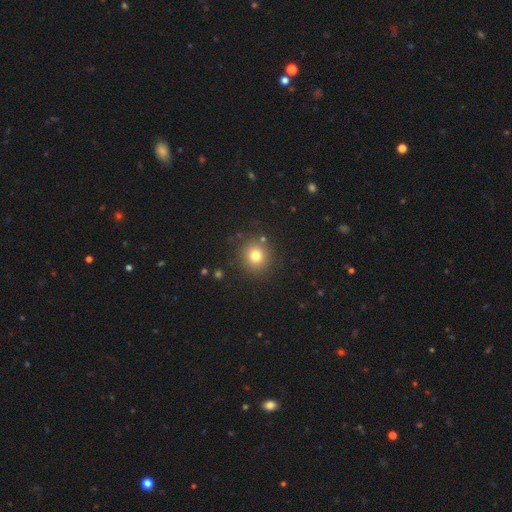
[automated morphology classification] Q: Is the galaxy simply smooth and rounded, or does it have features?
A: smooth — 78%.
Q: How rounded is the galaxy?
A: round — 92%.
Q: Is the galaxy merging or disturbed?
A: none — 87%.